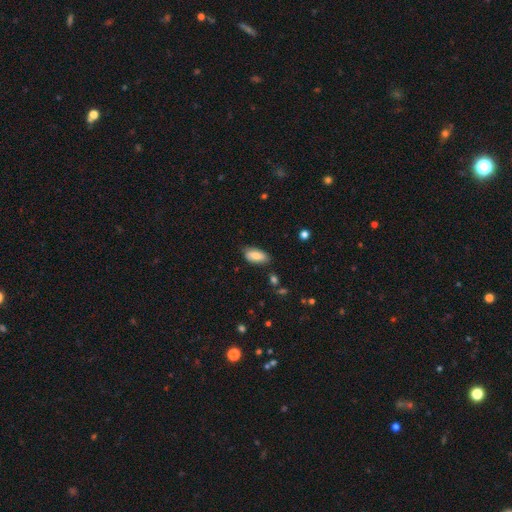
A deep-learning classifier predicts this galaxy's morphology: Overall: smooth (78%). How rounded: in between (90%). Merging: none (77%).